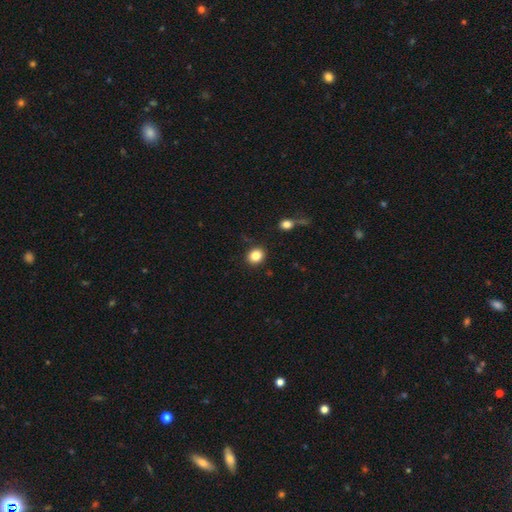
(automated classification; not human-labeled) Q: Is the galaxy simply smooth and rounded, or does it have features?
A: smooth — 85%.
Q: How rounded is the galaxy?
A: round — 70%.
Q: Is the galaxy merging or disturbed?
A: none — 88%.